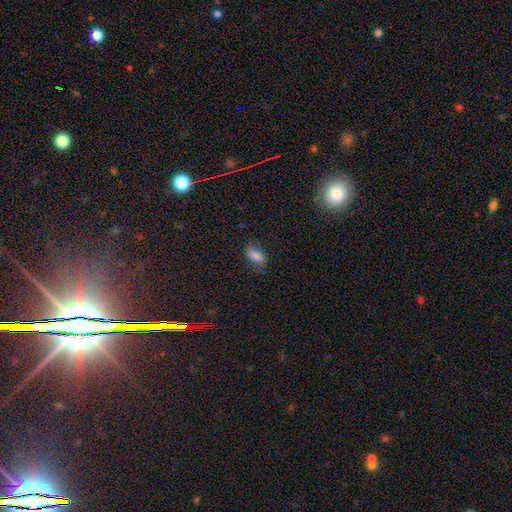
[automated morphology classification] smooth_or_featured: smooth (p=0.81) [alt: featured or disk p=0.10]
how_rounded: in between (p=0.88) [alt: round p=0.06]
merging: none (p=0.71) [alt: minor disturbance p=0.20]